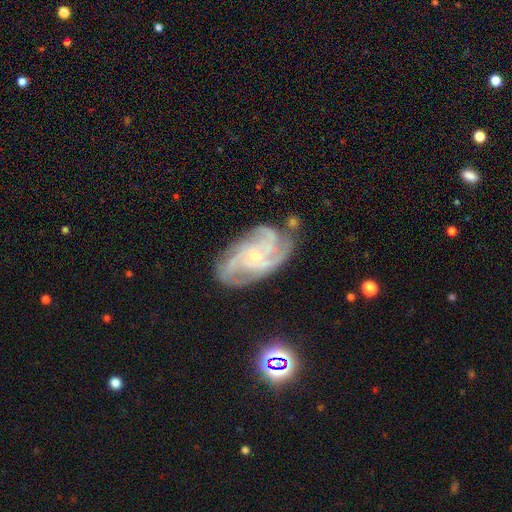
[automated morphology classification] Q: Smooth or featured?
A: featured or disk (89%); runner-up: star or artifact (6%)
Q: Edge-on disk?
A: no (97%); runner-up: yes (3%)
Q: Bar?
A: no (70%); runner-up: weak (24%)
Q: Spiral arms?
A: yes (98%); runner-up: no (2%)
Q: Spiral winding?
A: tight (50%); runner-up: medium (42%)
Q: Spiral arm count?
A: 3 (38%); runner-up: 4 (32%)
Q: Bulge size?
A: small (78%); runner-up: moderate (18%)
Q: Merging?
A: none (70%); runner-up: minor disturbance (20%)